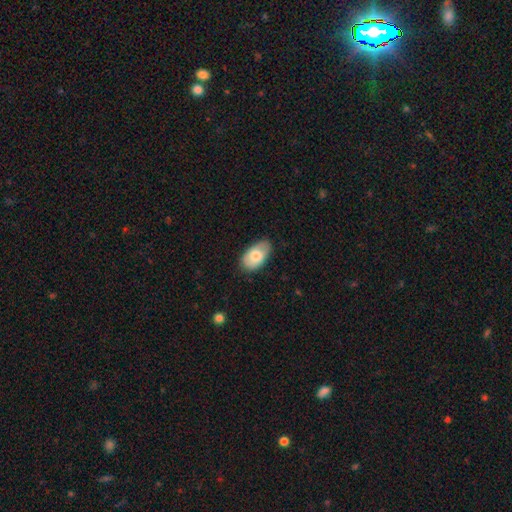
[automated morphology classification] Smooth or featured: smooth — 74% (featured or disk — 20%)
How rounded: in between — 94% (round — 5%)
Merging: none — 76% (minor disturbance — 19%)